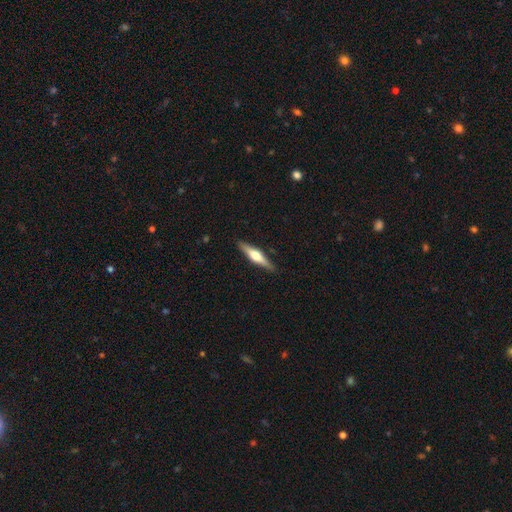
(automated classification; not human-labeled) Smooth or featured? Predicted: featured or disk (p=0.62). Edge-on disk? Predicted: yes (p=0.97). Edge-on bulge? Predicted: rounded (p=0.92). Merging? Predicted: none (p=0.90).